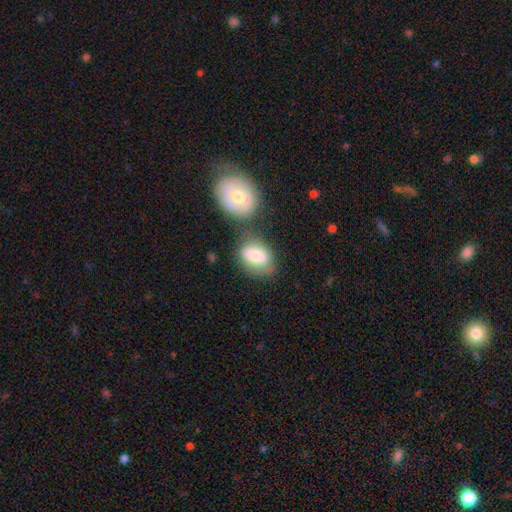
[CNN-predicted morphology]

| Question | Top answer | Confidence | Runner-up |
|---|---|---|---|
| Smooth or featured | smooth | 77% | featured or disk (17%) |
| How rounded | in between | 83% | round (15%) |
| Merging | none | 46% | merger (25%) |